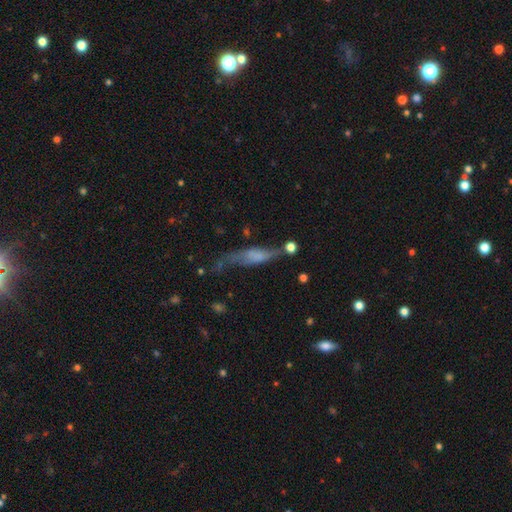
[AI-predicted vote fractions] smooth-or-featured: featured or disk: 47% | smooth: 43% | star or artifact: 10%
  merging: none: 39% | minor disturbance: 28% | major disturbance: 23% | merger: 10%